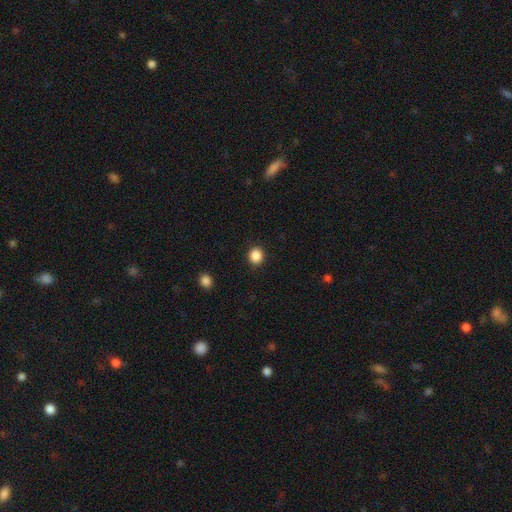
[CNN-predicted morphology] Smooth or featured: smooth — 88% (star or artifact — 10%)
How rounded: round — 80% (in between — 19%)
Merging: none — 91% (minor disturbance — 6%)